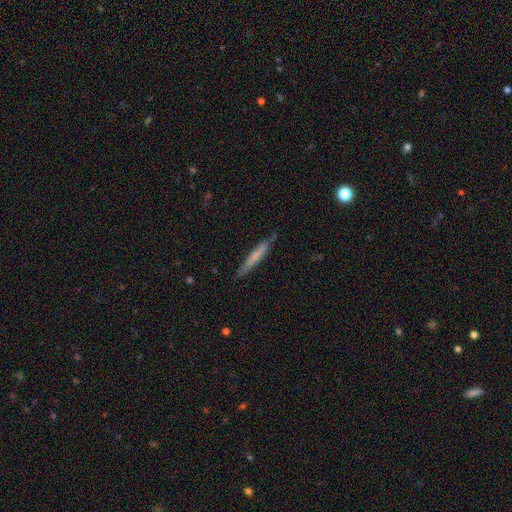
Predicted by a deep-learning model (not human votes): Smooth or featured? Predicted: smooth (p=0.57). How rounded? Predicted: cigar-shaped (p=0.96). Merging? Predicted: none (p=0.86).